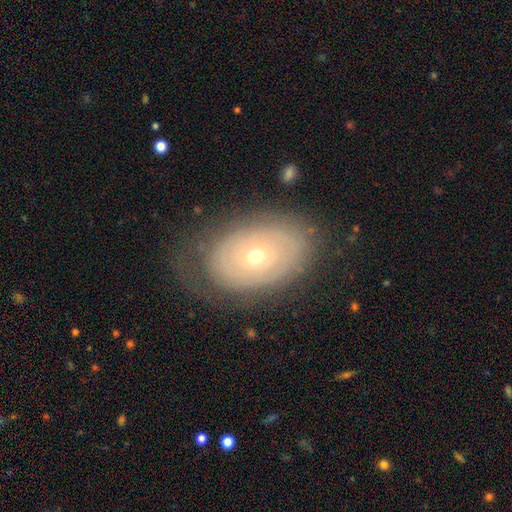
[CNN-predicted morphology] smooth_or_featured: featured or disk (p=0.55) [alt: smooth p=0.37]
disk_edge_on: no (p=0.92) [alt: yes p=0.08]
bar: no (p=0.90) [alt: weak p=0.07]
has_spiral_arms: no (p=0.62) [alt: yes p=0.38]
bulge_size: small (p=0.55) [alt: moderate p=0.42]
merging: none (p=0.69) [alt: minor disturbance p=0.19]